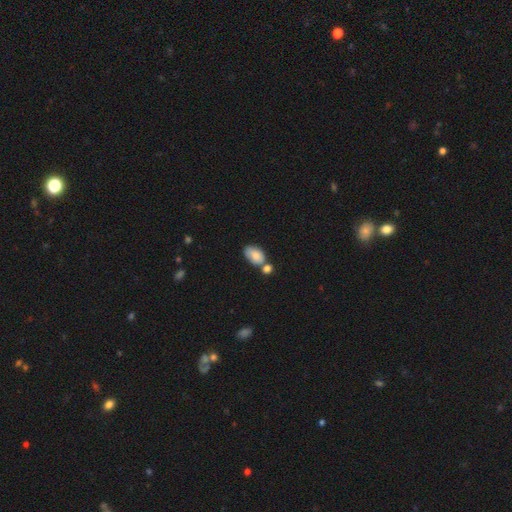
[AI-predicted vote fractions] The model was most divided on "merging": none: 44%, merger: 34%, minor disturbance: 17%, major disturbance: 5%. More confident: how rounded — in between (91%); smooth or featured — smooth (82%).